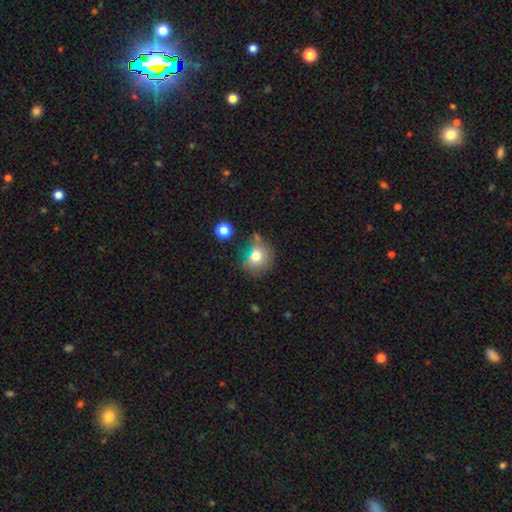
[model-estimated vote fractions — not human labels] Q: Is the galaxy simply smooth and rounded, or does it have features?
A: smooth — 75%.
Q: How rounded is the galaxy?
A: round — 75%.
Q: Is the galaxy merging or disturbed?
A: none — 54%.